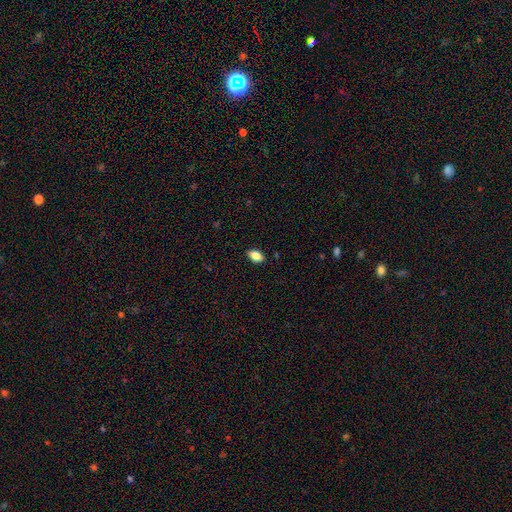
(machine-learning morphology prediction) A smooth galaxy with no disk features (84%) that is in between round and cigar-shaped (89%).

Vote fractions:
- Smooth or featured? smooth: 84% / star or artifact: 8% / featured or disk: 7%
- How rounded? in between: 89% / round: 8% / cigar-shaped: 3%
- Merging? none: 87% / minor disturbance: 10% / major disturbance: 2% / merger: 1%